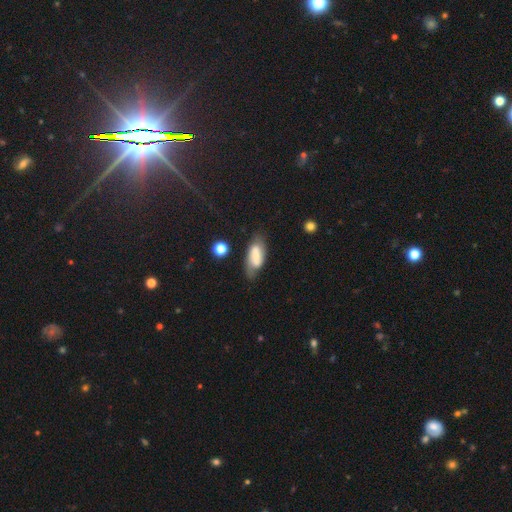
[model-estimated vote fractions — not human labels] Q: Smooth or featured?
A: smooth (51%); runner-up: featured or disk (41%)
Q: How rounded?
A: in between (81%); runner-up: cigar-shaped (16%)
Q: Merging?
A: none (63%); runner-up: minor disturbance (24%)